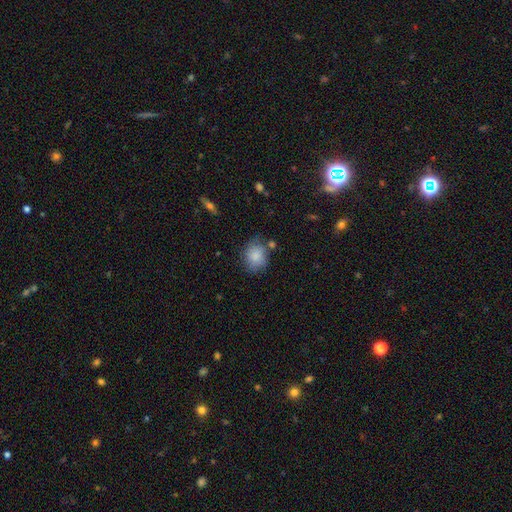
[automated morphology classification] Overall: smooth (84%). How rounded: round (65%; in between 34%). Merging: none (65%).